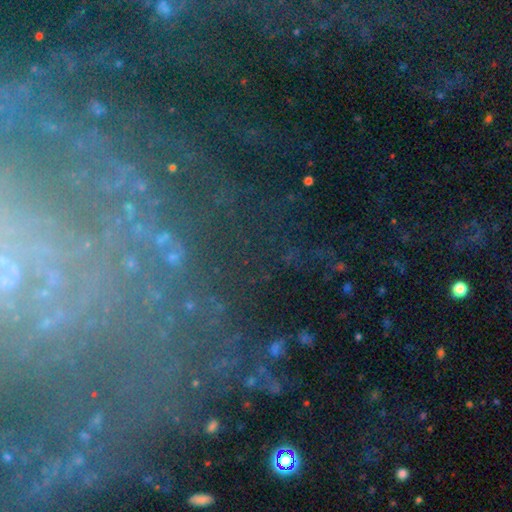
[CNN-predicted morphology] Smooth or featured? Predicted: featured or disk (p=0.44). Merging? Predicted: none (p=0.67).